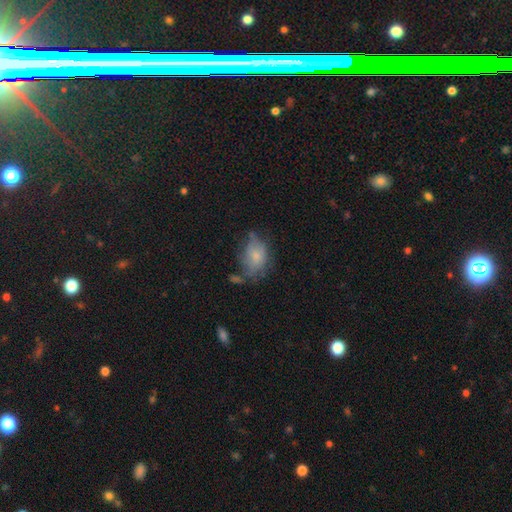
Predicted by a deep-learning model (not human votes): Smooth or featured? smooth (64%)
How rounded? in between (77%)
Merging? none (38%)